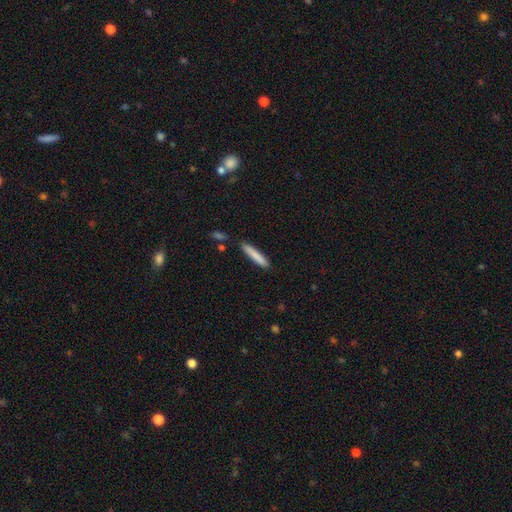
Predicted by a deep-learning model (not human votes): A smooth galaxy with no disk features (83%) that is cigar-shaped (92%).

Vote fractions:
- Smooth or featured? smooth: 83% / featured or disk: 12% / star or artifact: 6%
- How rounded? cigar-shaped: 92% / in between: 7% / round: 1%
- Merging? none: 87% / minor disturbance: 9% / merger: 2% / major disturbance: 2%